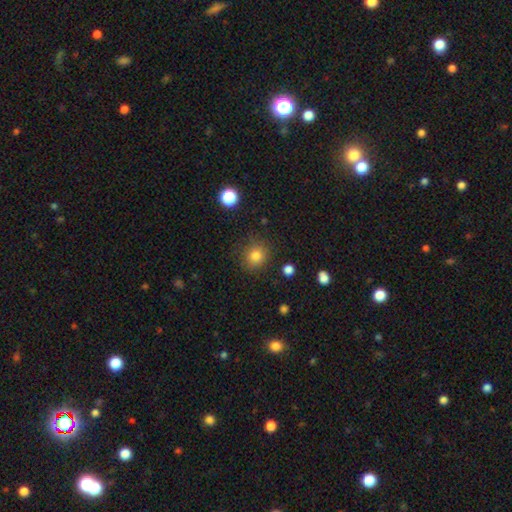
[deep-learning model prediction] A smooth galaxy with no disk features (82%) that is round (82%). Merging: none (84%).